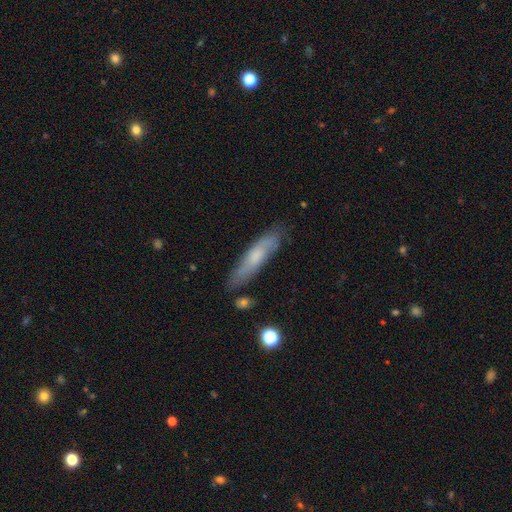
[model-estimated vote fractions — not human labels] A smooth galaxy with no disk features (54%) that is cigar-shaped (81%). Merging: none (78%).